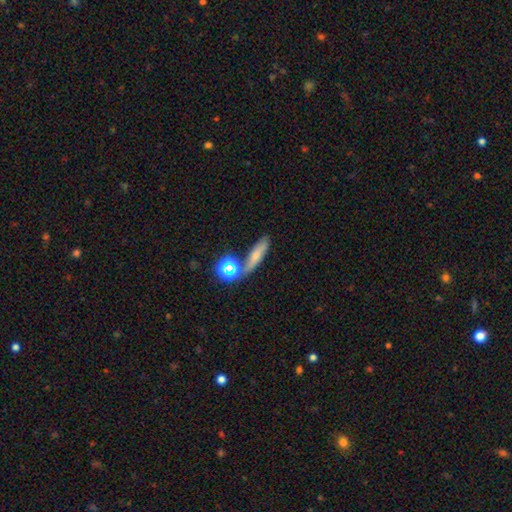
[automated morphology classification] Smooth or featured?
  - smooth: 64% *
  - featured or disk: 20%
  - star or artifact: 16%
How rounded?
  - cigar-shaped: 53% *
  - in between: 33%
  - round: 14%
Merging?
  - none: 58% *
  - merger: 19%
  - minor disturbance: 16%
  - major disturbance: 8%